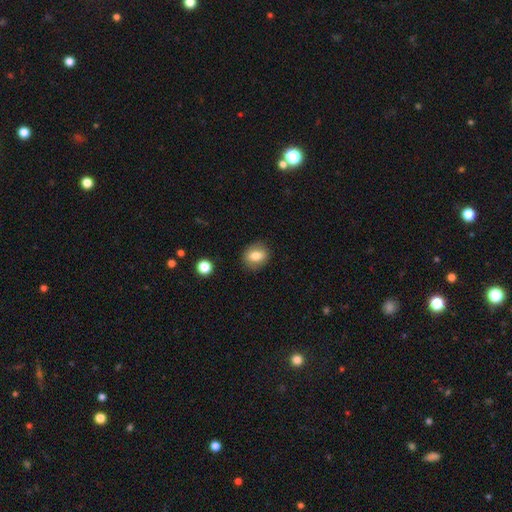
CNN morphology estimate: Q: Smooth or featured?
A: smooth (79%); runner-up: featured or disk (12%)
Q: How rounded?
A: round (57%); runner-up: in between (42%)
Q: Merging?
A: none (86%); runner-up: minor disturbance (10%)